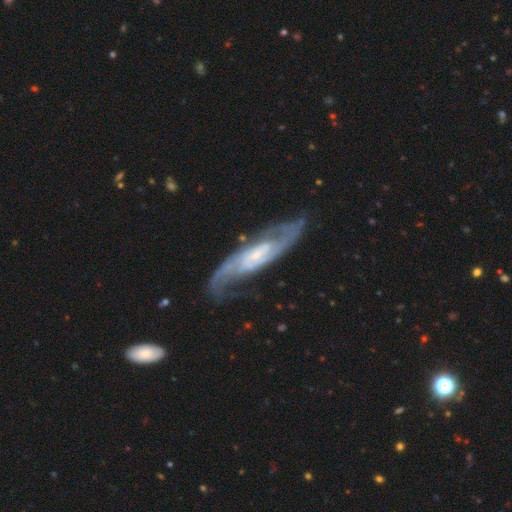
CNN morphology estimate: Smooth or featured? Predicted: featured or disk (p=0.88). Edge-on disk? Predicted: no (p=0.86). Bar? Predicted: weak (p=0.43). Spiral arms? Predicted: yes (p=0.96). Spiral winding? Predicted: medium (p=0.49). Spiral arm count? Predicted: 2 (p=0.83). Bulge size? Predicted: small (p=0.67). Merging? Predicted: none (p=0.73).